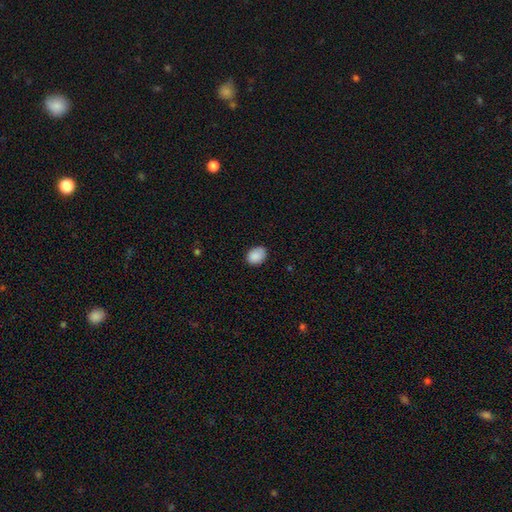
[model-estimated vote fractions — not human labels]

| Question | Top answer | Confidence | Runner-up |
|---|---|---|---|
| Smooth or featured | smooth | 89% | star or artifact (8%) |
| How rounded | in between | 66% | round (33%) |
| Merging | none | 81% | minor disturbance (15%) |